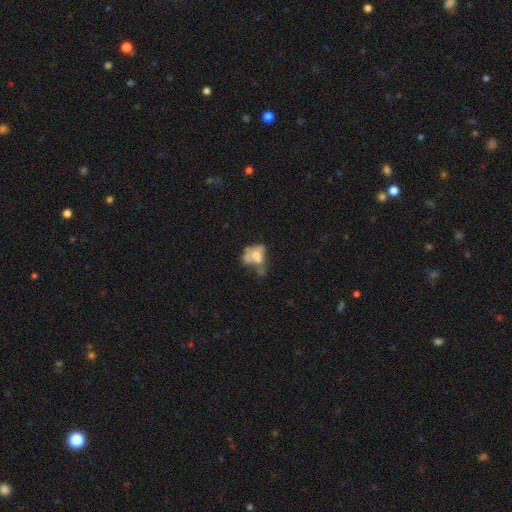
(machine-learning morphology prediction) Q: Smooth or featured?
A: smooth (50%); runner-up: featured or disk (39%)
Q: Merging?
A: merger (35%); runner-up: major disturbance (28%)